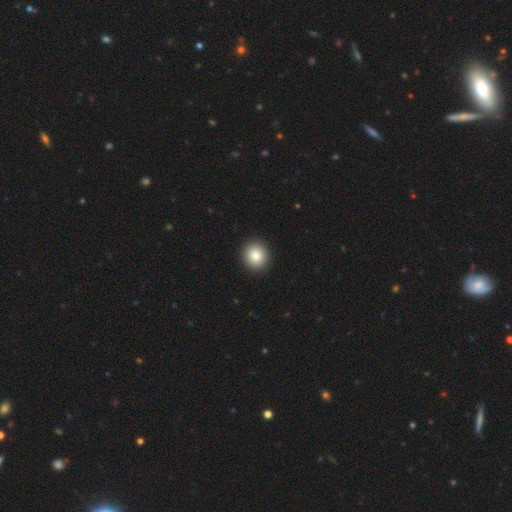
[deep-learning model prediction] Smooth or featured? Predicted: smooth (p=0.84). How rounded? Predicted: round (p=0.87). Merging? Predicted: none (p=0.93).